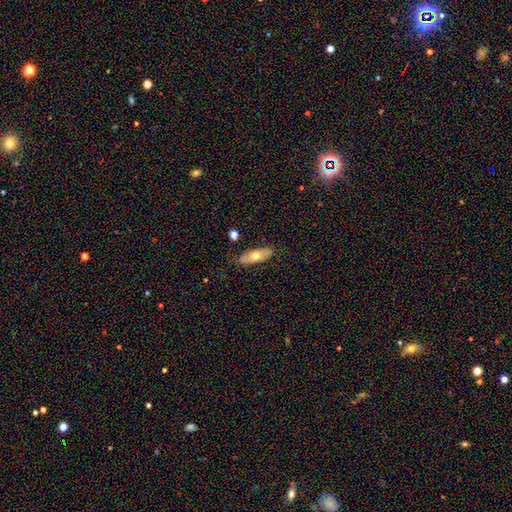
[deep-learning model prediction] Q: Smooth or featured?
A: smooth (57%); runner-up: featured or disk (37%)
Q: How rounded?
A: in between (77%); runner-up: cigar-shaped (20%)
Q: Merging?
A: none (82%); runner-up: minor disturbance (14%)